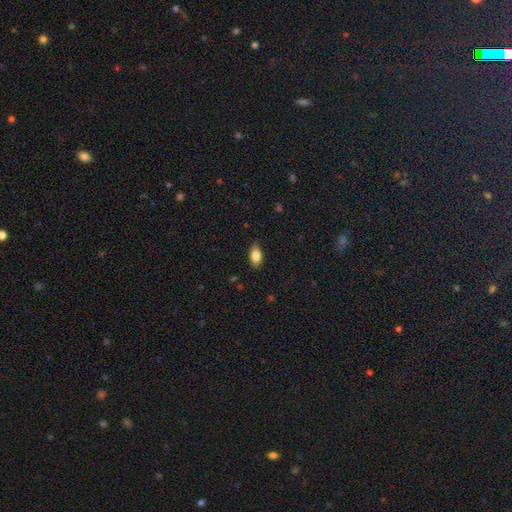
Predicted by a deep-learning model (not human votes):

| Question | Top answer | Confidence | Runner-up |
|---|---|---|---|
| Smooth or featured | smooth | 82% | featured or disk (11%) |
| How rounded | in between | 89% | round (5%) |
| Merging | none | 86% | minor disturbance (10%) |